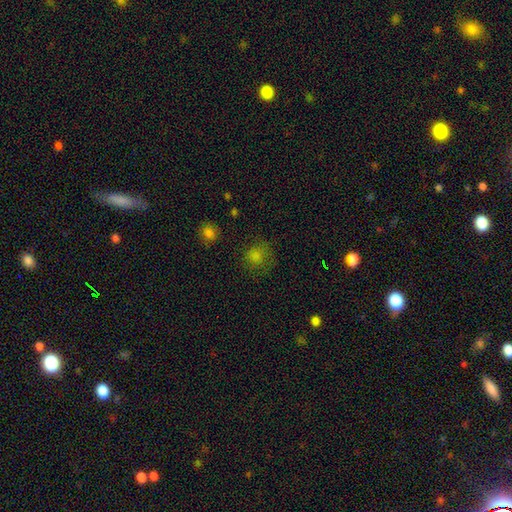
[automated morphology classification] Smooth or featured? Predicted: smooth (p=0.71). How rounded? Predicted: round (p=0.86). Merging? Predicted: none (p=0.74).